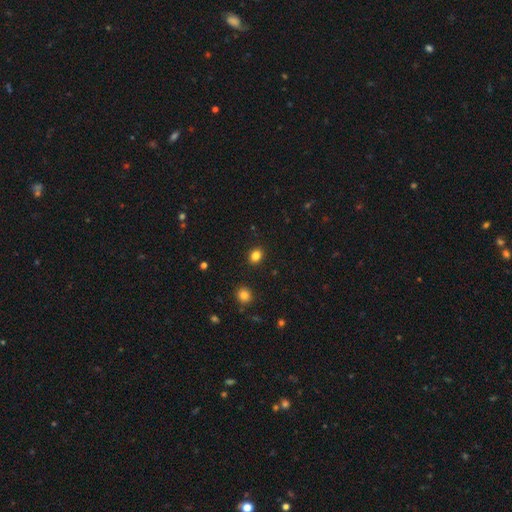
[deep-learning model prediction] Smooth or featured?
  - smooth: 84% *
  - star or artifact: 12%
  - featured or disk: 4%
How rounded?
  - round: 53% *
  - in between: 46%
  - cigar-shaped: 1%
Merging?
  - none: 90% *
  - minor disturbance: 6%
  - major disturbance: 2%
  - merger: 2%